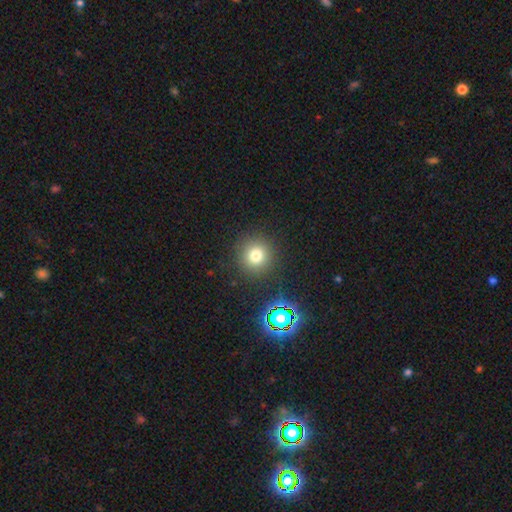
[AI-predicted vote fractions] A smooth galaxy with no disk features (74%) that is round (94%).

Vote fractions:
- Smooth or featured? smooth: 74% / star or artifact: 18% / featured or disk: 8%
- How rounded? round: 94% / in between: 5% / cigar-shaped: 1%
- Merging? none: 89% / minor disturbance: 6% / major disturbance: 3% / merger: 2%